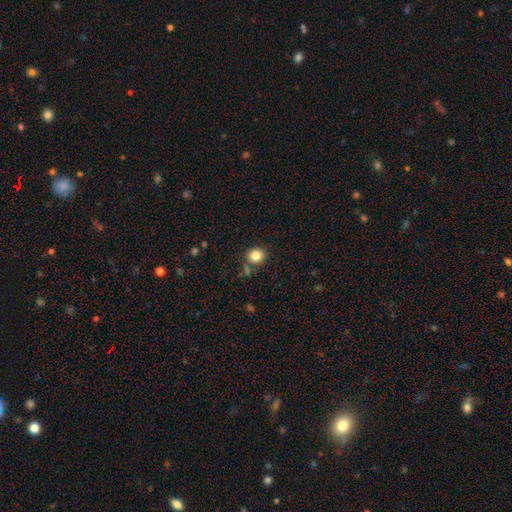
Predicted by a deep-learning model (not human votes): The model was most divided on "how rounded": round: 80%, in between: 19%, cigar-shaped: 1%. More confident: smooth or featured — smooth (83%); merging — none (81%).